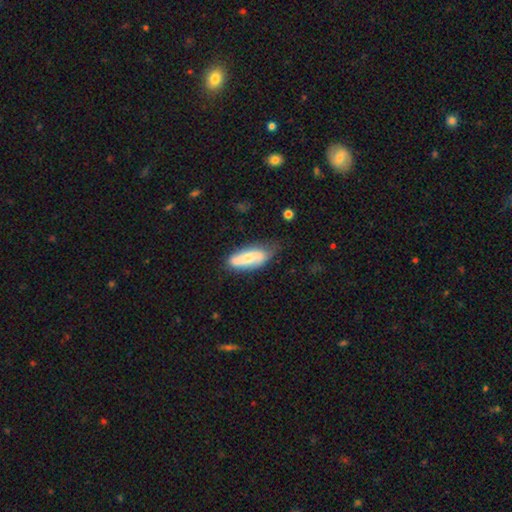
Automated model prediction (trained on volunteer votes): featured or disk 52%, smooth 42%, star or artifact 6%. Down the decision tree: edge-on disk — no (89%); merging — none (62%).